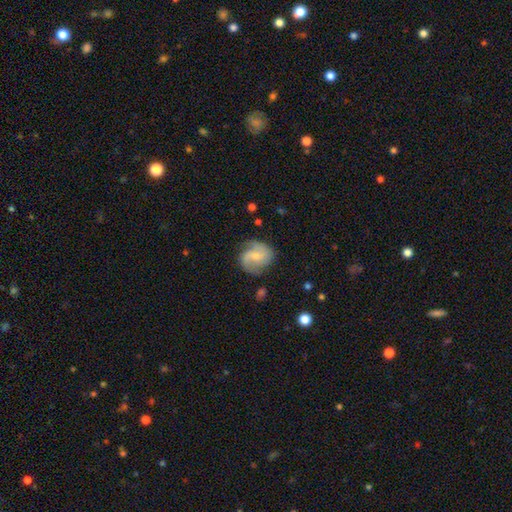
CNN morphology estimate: This is likely a featured or disk galaxy (62%). It is clearly not viewed edge-on (97%). Bar: possibly no (49%). Spiral arm pattern: clearly yes (90%). Spiral arm count: likely 2 (77%). Spiral winding: marginally medium (44%). Central bulge: possibly small (57%). Merging: likely none (69%).